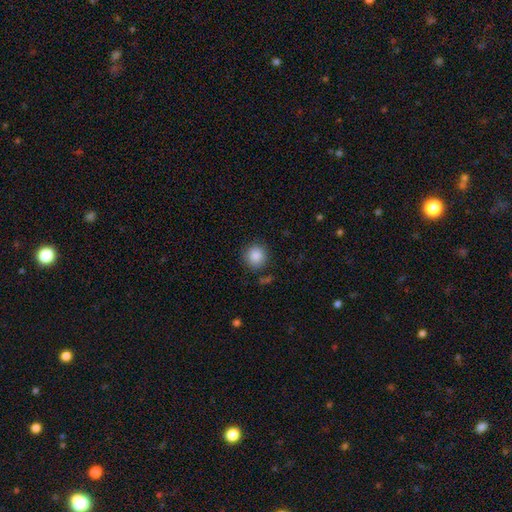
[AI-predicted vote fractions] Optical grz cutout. It shows a smooth galaxy with no disk features (87%) that is round (91%). Merging: none (85%).